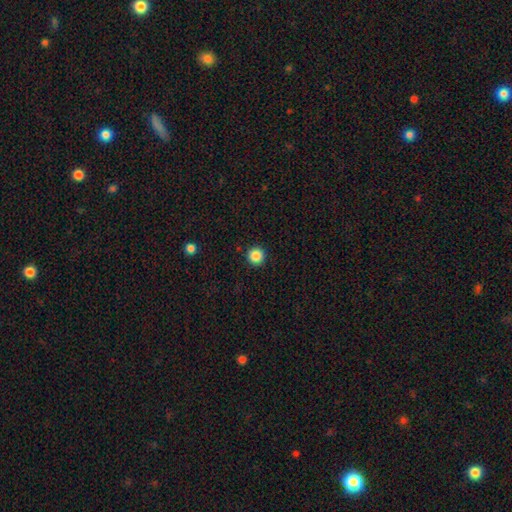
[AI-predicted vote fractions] A smooth galaxy with no disk features (87%) that is round (96%). Merging: none (93%).